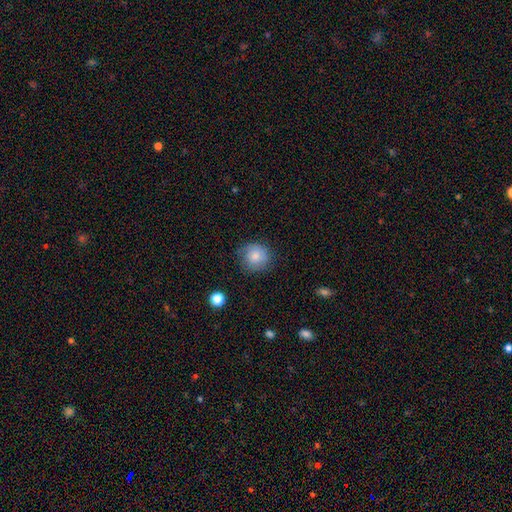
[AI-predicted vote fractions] smooth_or_featured: smooth (p=0.83) [alt: star or artifact p=0.09]
how_rounded: round (p=0.91) [alt: in between p=0.08]
merging: none (p=0.78) [alt: minor disturbance p=0.17]